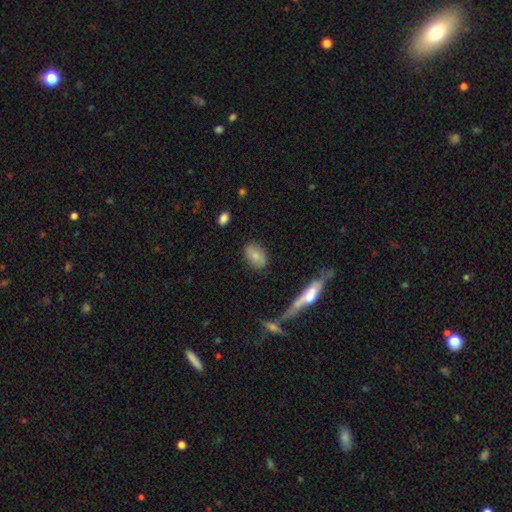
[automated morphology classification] Smooth or featured? smooth (81%)
How rounded? in between (85%)
Merging? none (83%)